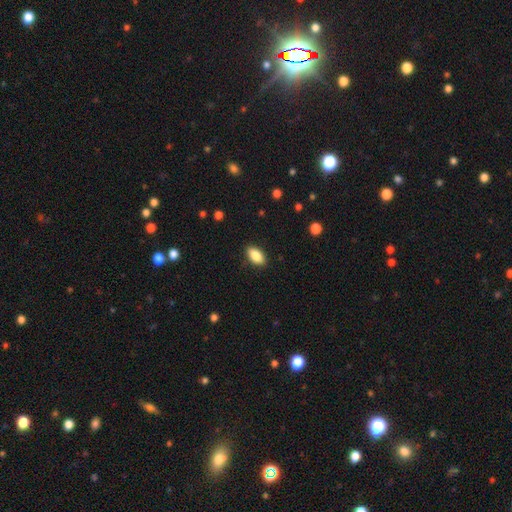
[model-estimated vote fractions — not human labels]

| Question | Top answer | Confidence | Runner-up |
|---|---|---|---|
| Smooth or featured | smooth | 87% | star or artifact (7%) |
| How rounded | in between | 92% | cigar-shaped (5%) |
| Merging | none | 88% | minor disturbance (9%) |